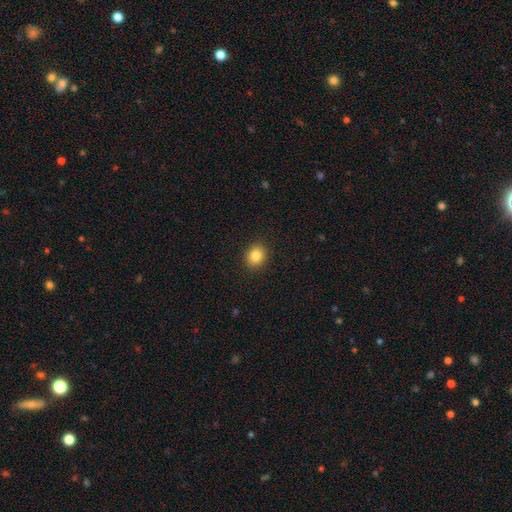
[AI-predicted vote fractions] A smooth galaxy with no disk features (84%) that is round (71%). Merging: none (91%).